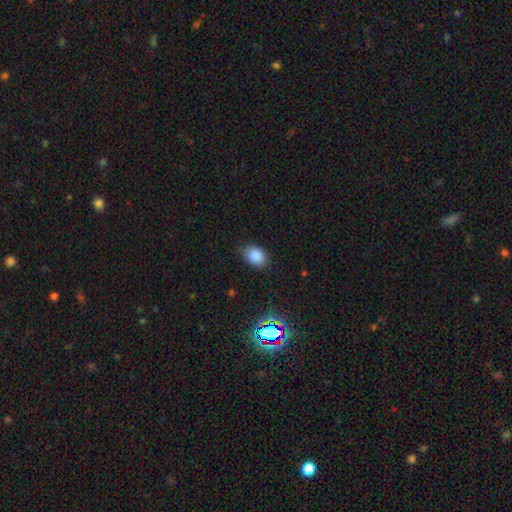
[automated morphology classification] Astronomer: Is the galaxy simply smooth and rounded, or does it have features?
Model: smooth — 85%.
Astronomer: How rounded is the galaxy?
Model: in between — 79%.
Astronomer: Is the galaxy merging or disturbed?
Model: none — 81%.